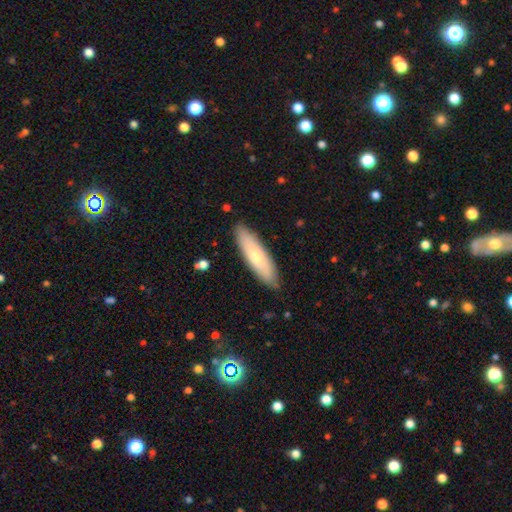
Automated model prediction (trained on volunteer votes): A smooth galaxy with no disk features (58%) that is cigar-shaped (59%). Merging: none (88%).